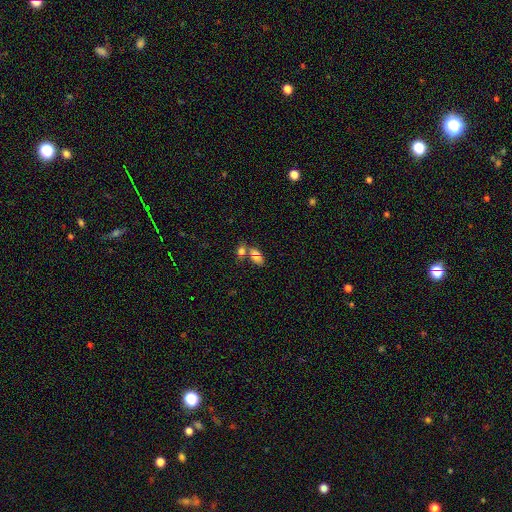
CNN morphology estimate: Smooth or featured? smooth (70%)
How rounded? in between (83%)
Merging? merger (49%)